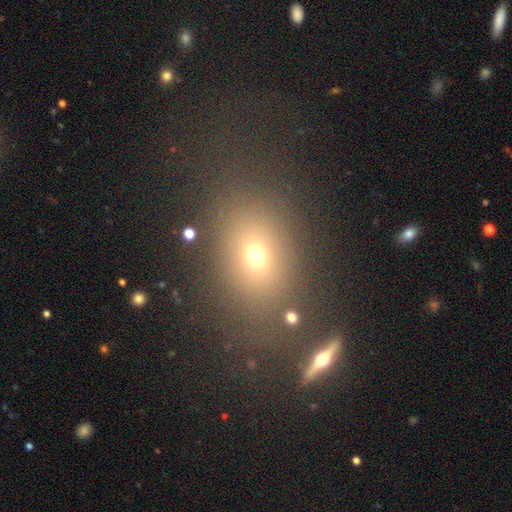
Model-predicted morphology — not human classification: Smooth or featured?
  - smooth: 64% *
  - star or artifact: 21%
  - featured or disk: 15%
How rounded?
  - in between: 58% *
  - round: 40%
  - cigar-shaped: 2%
Merging?
  - none: 76% *
  - minor disturbance: 11%
  - major disturbance: 7%
  - merger: 6%